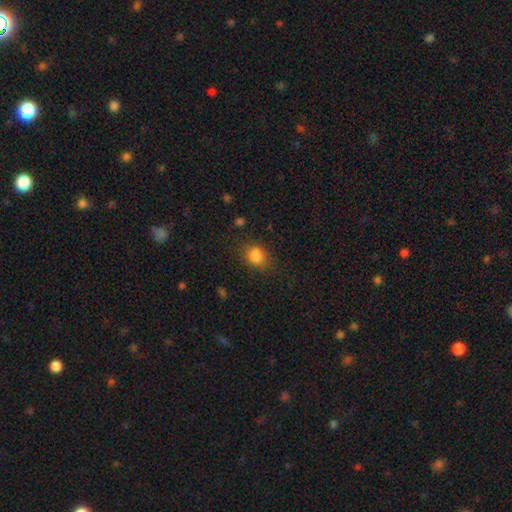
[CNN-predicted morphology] Smooth or featured? Predicted: smooth (p=0.84). How rounded? Predicted: in between (p=0.51). Merging? Predicted: none (p=0.75).